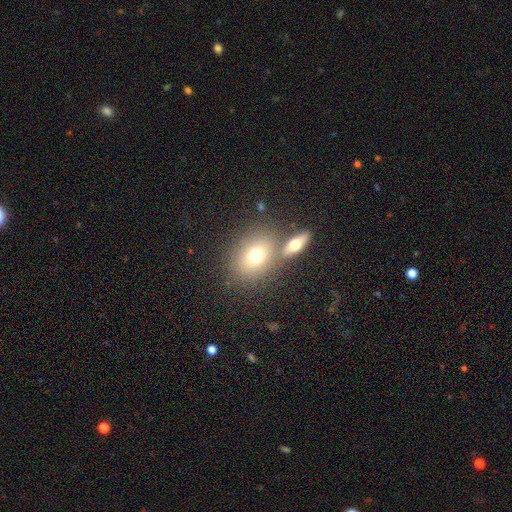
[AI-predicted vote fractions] A smooth galaxy with no disk features (69%) that is in between round and cigar-shaped (63%).

Vote fractions:
- Smooth or featured? smooth: 69% / featured or disk: 19% / star or artifact: 11%
- How rounded? in between: 63% / round: 34% / cigar-shaped: 3%
- Merging? none: 61% / merger: 25% / minor disturbance: 10% / major disturbance: 4%